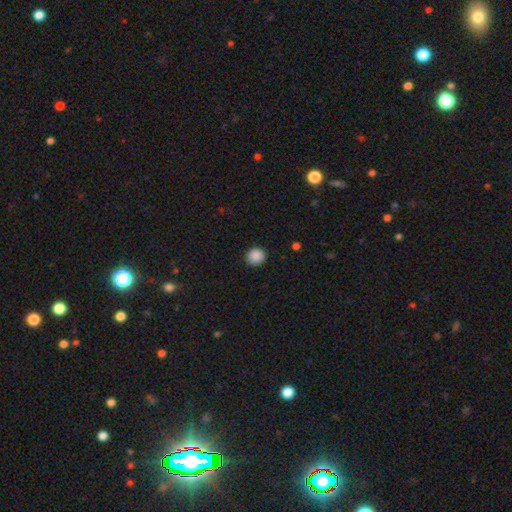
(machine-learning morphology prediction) smooth_or_featured: smooth (p=0.88) [alt: star or artifact p=0.09]
how_rounded: round (p=0.88) [alt: in between p=0.11]
merging: none (p=0.90) [alt: minor disturbance p=0.07]